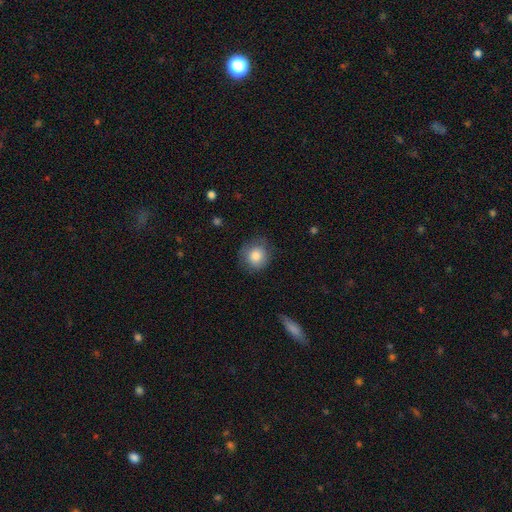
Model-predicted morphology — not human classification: smooth_or_featured: smooth (p=0.83) [alt: featured or disk p=0.08]
how_rounded: round (p=0.86) [alt: in between p=0.13]
merging: none (p=0.77) [alt: minor disturbance p=0.18]